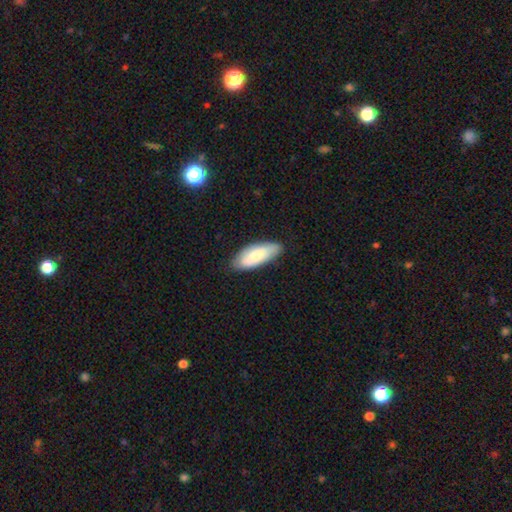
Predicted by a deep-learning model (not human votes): Overall: smooth (72%). How rounded: in between (81%). Merging: none (81%).